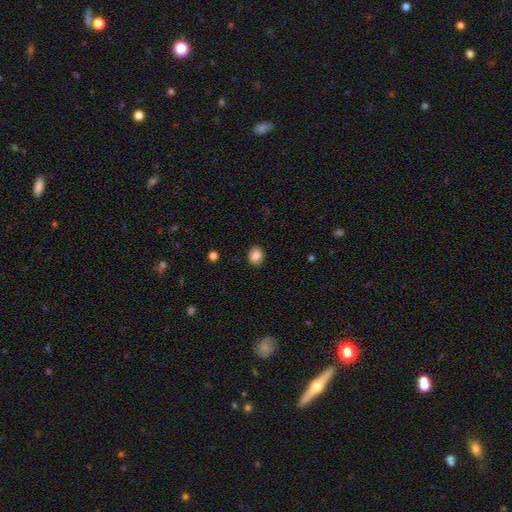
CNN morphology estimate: type=smooth (85%); roundness=round (64%); merging=none (90%).